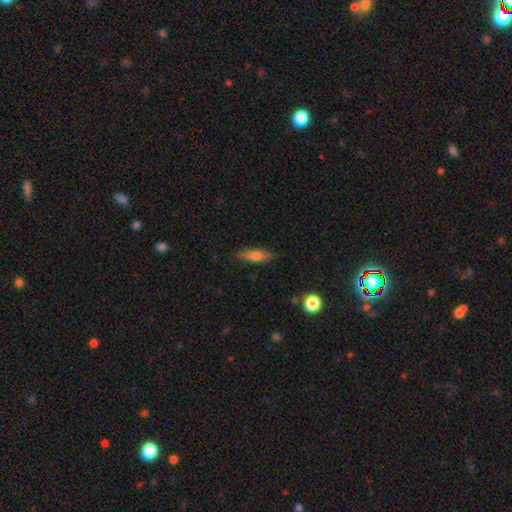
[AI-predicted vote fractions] smooth-or-featured: smooth: 65% | featured or disk: 27% | star or artifact: 7%
  how-rounded: cigar-shaped: 54% | in between: 43% | round: 3%
  merging: none: 81% | minor disturbance: 14% | major disturbance: 3% | merger: 1%